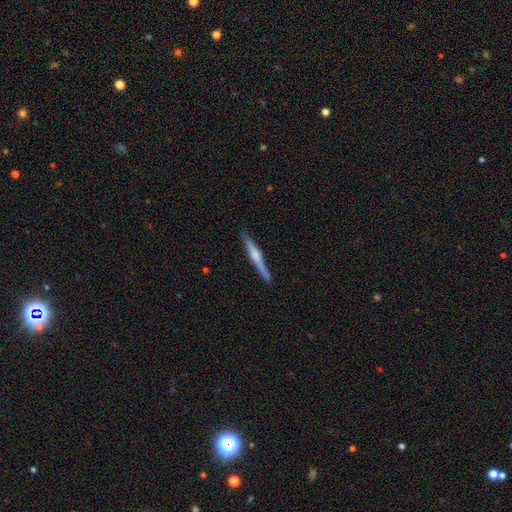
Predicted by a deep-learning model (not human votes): The model was most divided on "smooth or featured": featured or disk: 62%, smooth: 32%, star or artifact: 5%. More confident: edge-on disk — yes (98%); merging — none (87%); edge-on bulge — rounded (71%).